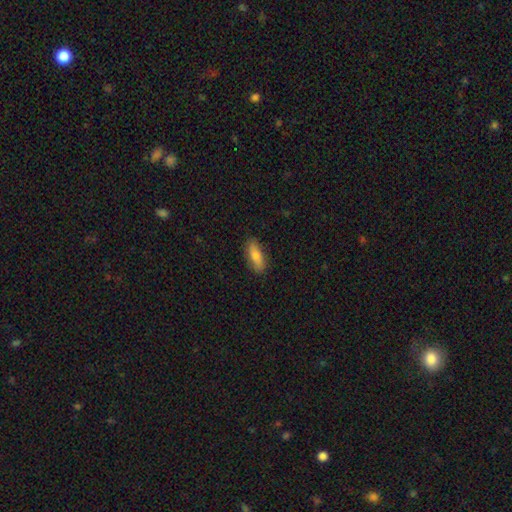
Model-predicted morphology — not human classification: smooth 80%, featured or disk 14%, star or artifact 6%. Down the decision tree: how rounded — in between (66%); merging — none (86%).